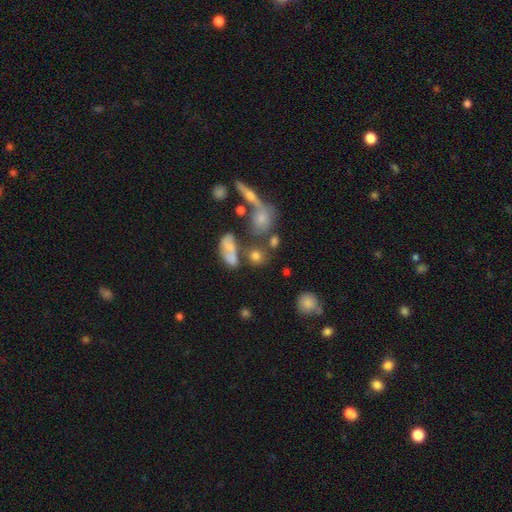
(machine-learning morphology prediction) Q: Smooth or featured?
A: smooth (70%); runner-up: featured or disk (16%)
Q: How rounded?
A: round (68%); runner-up: in between (28%)
Q: Merging?
A: none (56%); runner-up: merger (22%)